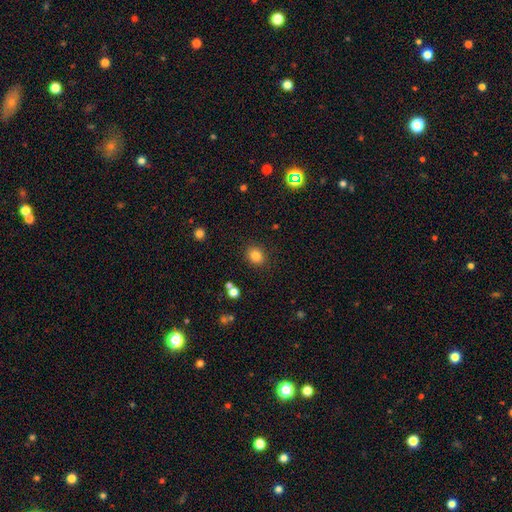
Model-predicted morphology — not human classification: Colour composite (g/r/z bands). It shows a smooth galaxy with no disk features (83%) that is round (69%). Merging: none (87%).